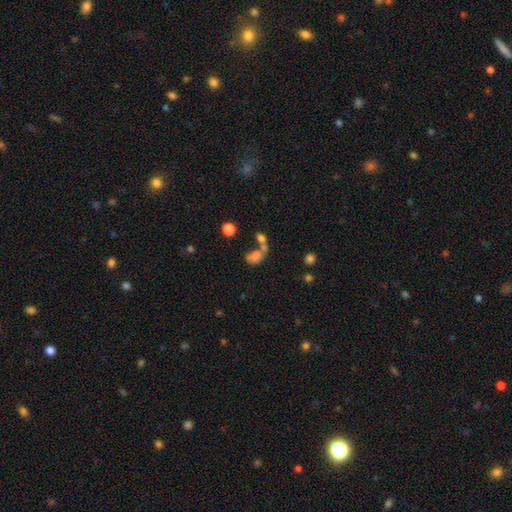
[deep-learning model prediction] smooth_or_featured: smooth (p=0.70) [alt: featured or disk p=0.16]
how_rounded: in between (p=0.73) [alt: round p=0.24]
merging: merger (p=0.51) [alt: none p=0.24]